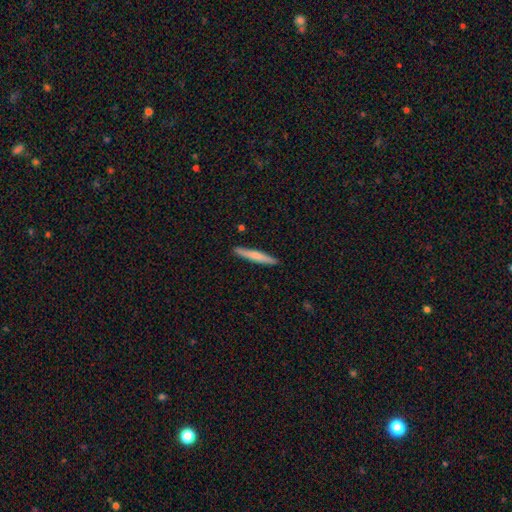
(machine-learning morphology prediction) Smooth or featured? smooth (65%)
How rounded? cigar-shaped (95%)
Merging? none (90%)